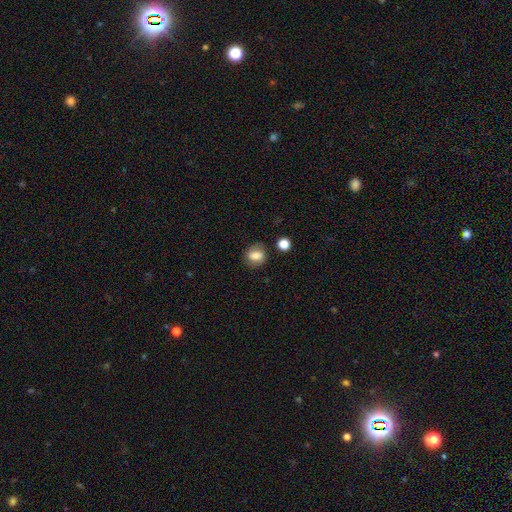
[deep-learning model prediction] smooth 76%, featured or disk 14%, star or artifact 9%. Down the decision tree: how rounded — round (53%); merging — none (76%).